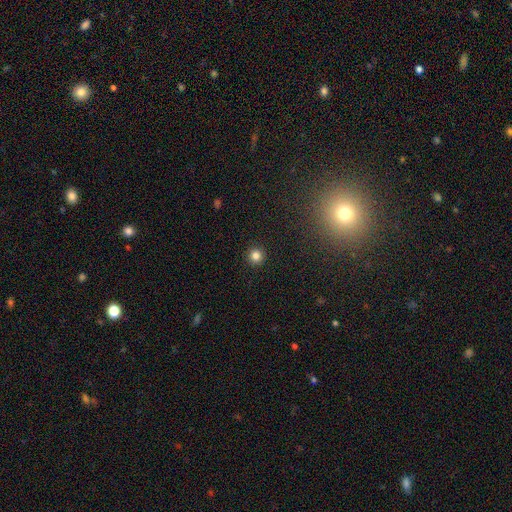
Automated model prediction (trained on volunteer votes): A smooth galaxy with no disk features (83%) that is round (96%). Merging: none (93%).